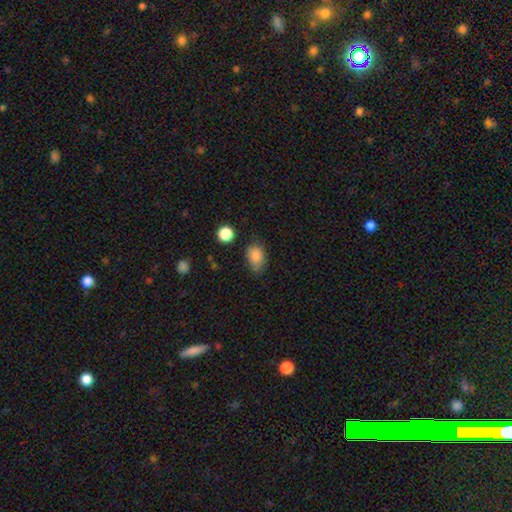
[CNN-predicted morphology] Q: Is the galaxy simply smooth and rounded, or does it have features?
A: smooth — 84%.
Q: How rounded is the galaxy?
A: in between — 72%.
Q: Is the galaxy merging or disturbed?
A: none — 60%.